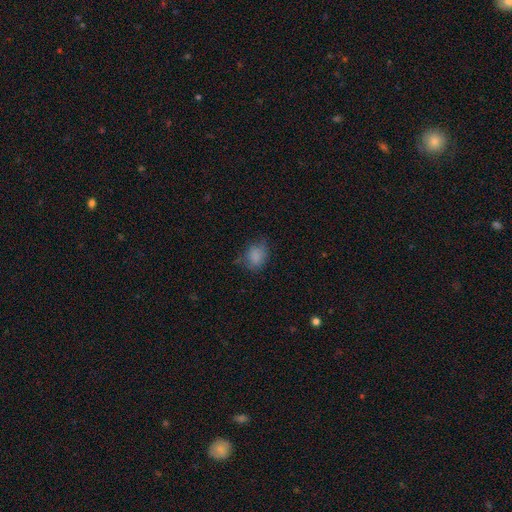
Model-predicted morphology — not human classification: smooth_or_featured: smooth (p=0.81) [alt: star or artifact p=0.10]
how_rounded: round (p=0.50) [alt: in between p=0.49]
merging: none (p=0.62) [alt: minor disturbance p=0.27]